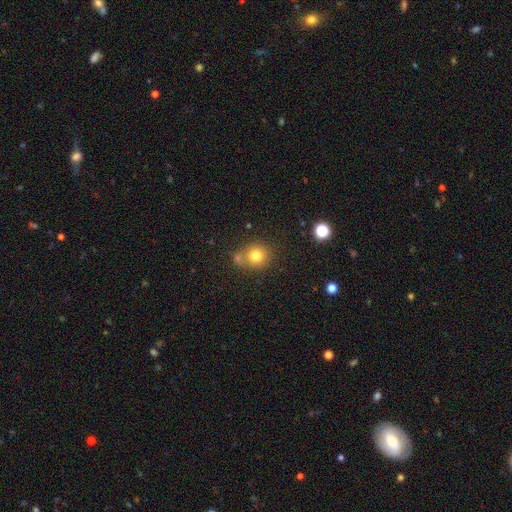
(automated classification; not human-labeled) smooth_or_featured: smooth (p=0.77) [alt: star or artifact p=0.13]
how_rounded: round (p=0.86) [alt: in between p=0.13]
merging: none (p=0.62) [alt: merger p=0.23]